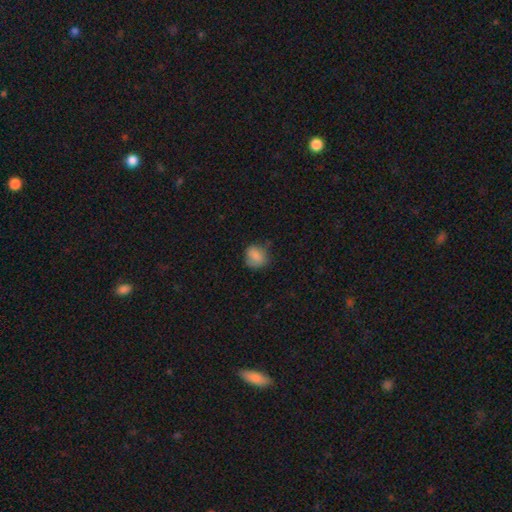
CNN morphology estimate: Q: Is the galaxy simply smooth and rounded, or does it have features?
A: smooth — 82%.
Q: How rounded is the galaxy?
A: round — 73%.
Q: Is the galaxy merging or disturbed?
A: none — 68%.